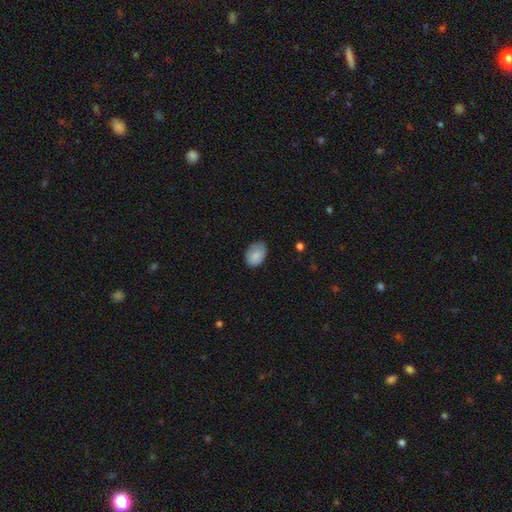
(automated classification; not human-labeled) smooth-or-featured: smooth: 85% | featured or disk: 8% | star or artifact: 7%
  how-rounded: in between: 81% | round: 18% | cigar-shaped: 1%
  merging: none: 70% | minor disturbance: 25% | major disturbance: 4% | merger: 1%